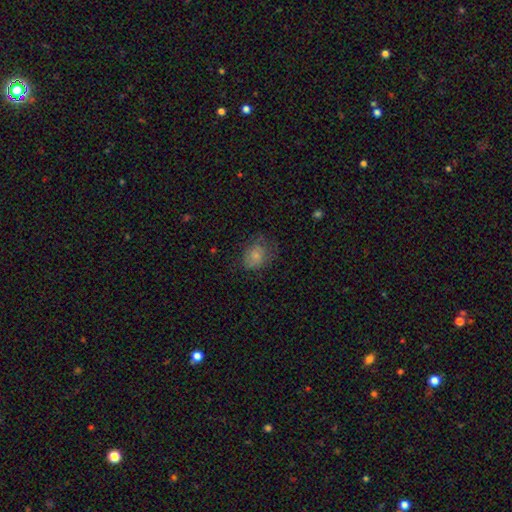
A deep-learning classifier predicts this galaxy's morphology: Smooth or featured?
  - smooth: 76% *
  - featured or disk: 14%
  - star or artifact: 10%
How rounded?
  - in between: 56% *
  - round: 43%
  - cigar-shaped: 1%
Merging?
  - none: 58% *
  - minor disturbance: 27%
  - major disturbance: 14%
  - merger: 1%